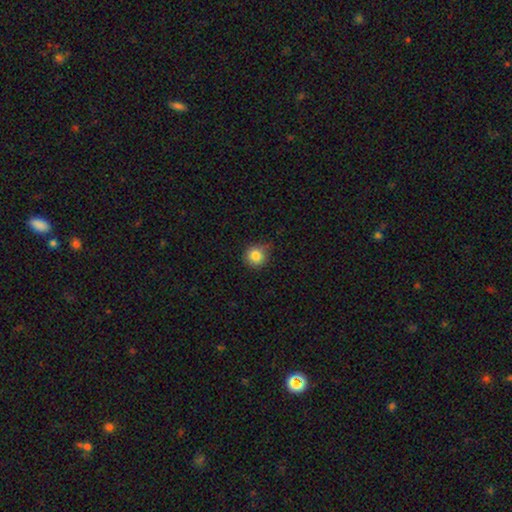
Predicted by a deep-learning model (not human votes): smooth-or-featured: smooth: 84% | star or artifact: 10% | featured or disk: 5%
  how-rounded: round: 91% | in between: 8% | cigar-shaped: 1%
  merging: none: 74% | minor disturbance: 21% | major disturbance: 4% | merger: 1%